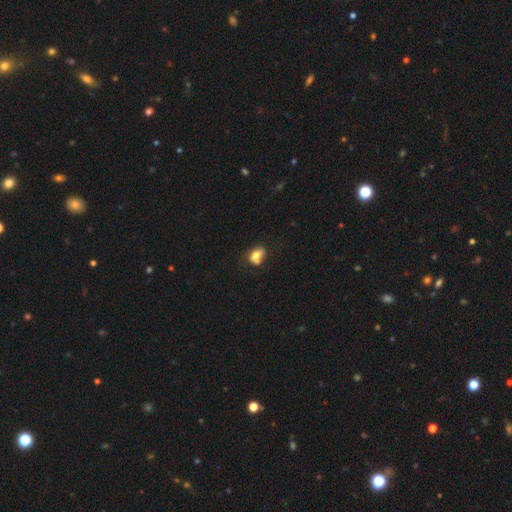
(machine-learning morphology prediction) smooth_or_featured: smooth (p=0.73) [alt: featured or disk p=0.17]
how_rounded: in between (p=0.70) [alt: round p=0.28]
merging: none (p=0.45) [alt: minor disturbance p=0.25]